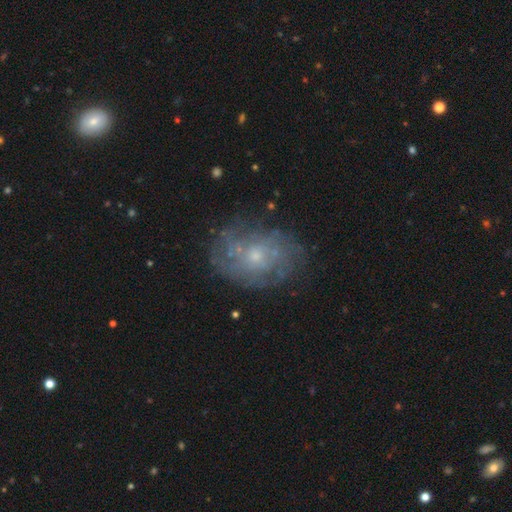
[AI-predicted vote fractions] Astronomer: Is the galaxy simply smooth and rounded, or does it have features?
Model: featured or disk — 66%.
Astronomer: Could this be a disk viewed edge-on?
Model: no — 96%.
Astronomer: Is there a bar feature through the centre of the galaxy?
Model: no — 83%.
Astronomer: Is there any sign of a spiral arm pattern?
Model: yes — 67%.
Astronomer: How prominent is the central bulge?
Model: small — 66%.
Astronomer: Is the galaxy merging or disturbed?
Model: none — 72%.